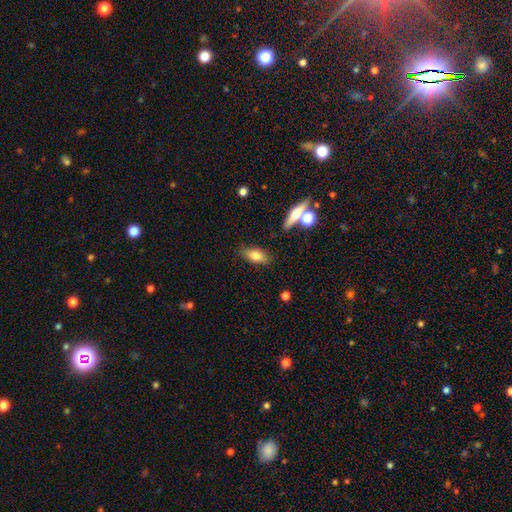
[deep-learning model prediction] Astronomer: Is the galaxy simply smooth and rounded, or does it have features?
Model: smooth — 74%.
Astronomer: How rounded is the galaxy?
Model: in between — 83%.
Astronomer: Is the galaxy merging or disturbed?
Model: none — 80%.